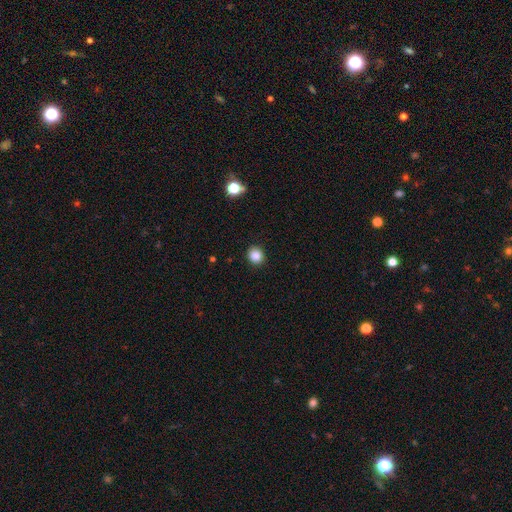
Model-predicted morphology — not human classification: type=smooth (85%); roundness=round (81%); merging=none (91%).